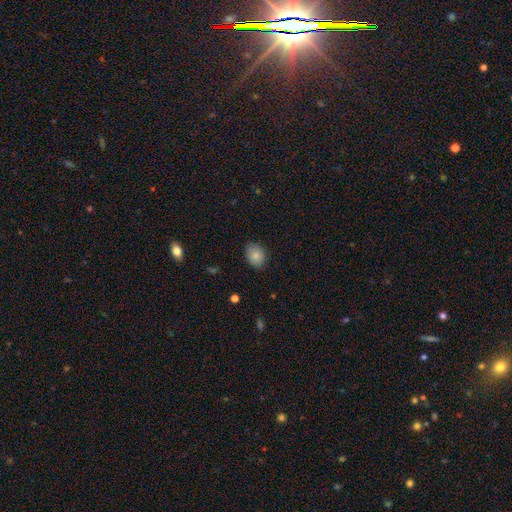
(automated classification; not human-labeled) The model was most divided on "how rounded": in between: 65%, round: 34%, cigar-shaped: 1%. More confident: smooth or featured — smooth (83%); merging — none (82%).